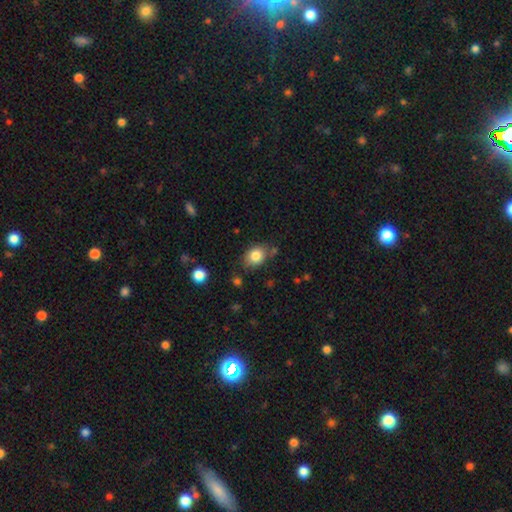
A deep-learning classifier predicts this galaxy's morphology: Smooth or featured? Predicted: smooth (p=0.83). How rounded? Predicted: in between (p=0.63). Merging? Predicted: none (p=0.72).